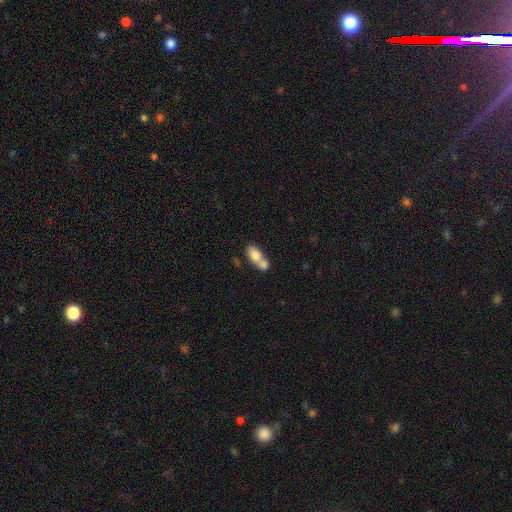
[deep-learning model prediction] Q: Smooth or featured?
A: smooth (76%); runner-up: featured or disk (17%)
Q: How rounded?
A: in between (80%); runner-up: round (13%)
Q: Merging?
A: merger (66%); runner-up: none (22%)